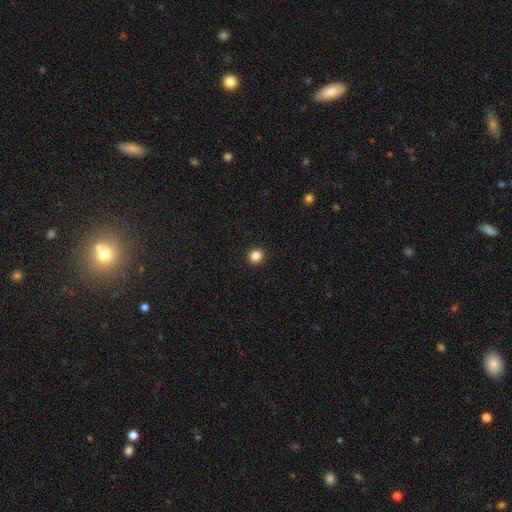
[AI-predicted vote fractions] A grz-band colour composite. It shows a smooth galaxy with no disk features (85%) that is round (94%). Merging: none (94%).